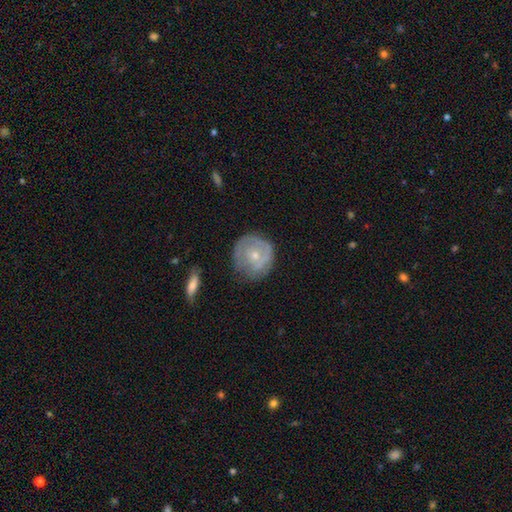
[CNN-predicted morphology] Smooth or featured? Predicted: featured or disk (p=0.54). Edge-on disk? Predicted: no (p=0.96). Bar? Predicted: no (p=0.83). Spiral arms? Predicted: yes (p=0.53). Bulge size? Predicted: small (p=0.64). Merging? Predicted: none (p=0.65).